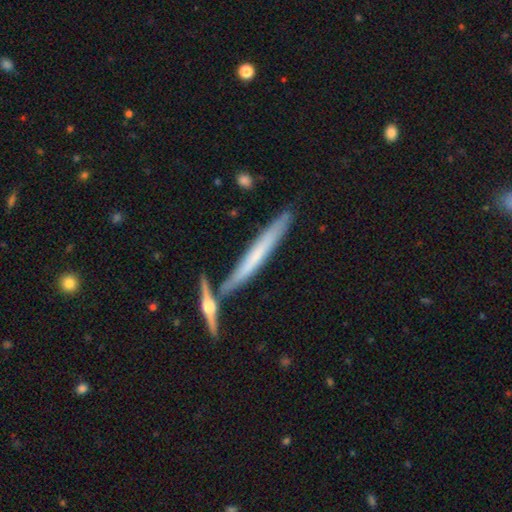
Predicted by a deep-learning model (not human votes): smooth-or-featured: featured or disk: 48% | smooth: 46% | star or artifact: 7%
  merging: none: 73% | merger: 13% | minor disturbance: 11% | major disturbance: 3%